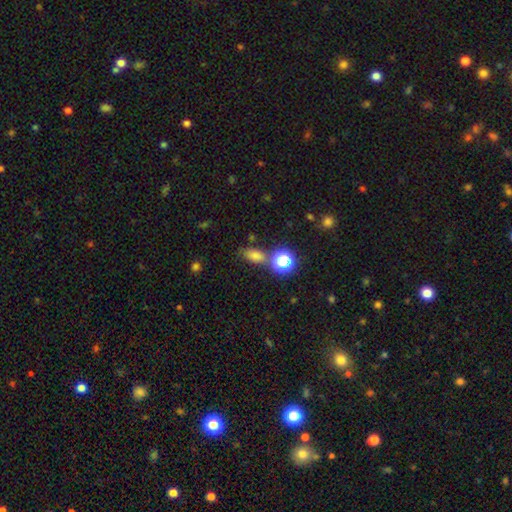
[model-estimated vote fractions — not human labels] The model was most divided on "smooth or featured": smooth: 71%, star or artifact: 21%, featured or disk: 8%. More confident: how rounded — in between (76%); merging — none (69%).